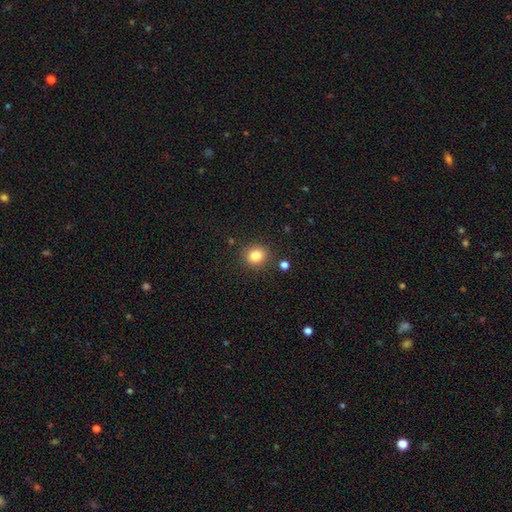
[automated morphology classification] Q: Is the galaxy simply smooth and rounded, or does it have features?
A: smooth — 82%.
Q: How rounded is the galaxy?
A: round — 79%.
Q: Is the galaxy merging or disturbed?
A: none — 86%.